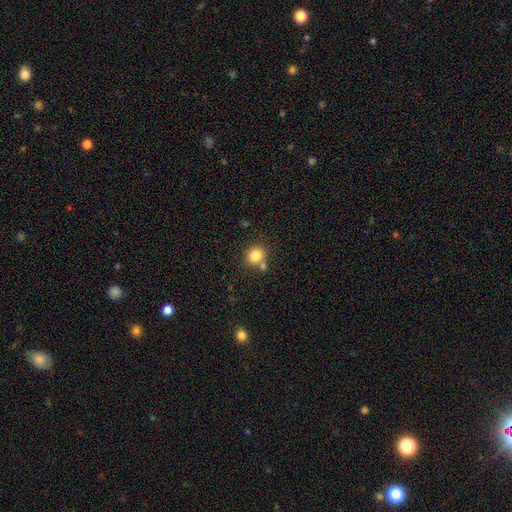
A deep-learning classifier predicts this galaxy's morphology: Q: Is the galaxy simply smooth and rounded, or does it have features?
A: smooth — 83%.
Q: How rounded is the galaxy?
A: round — 71%.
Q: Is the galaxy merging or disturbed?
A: none — 67%.